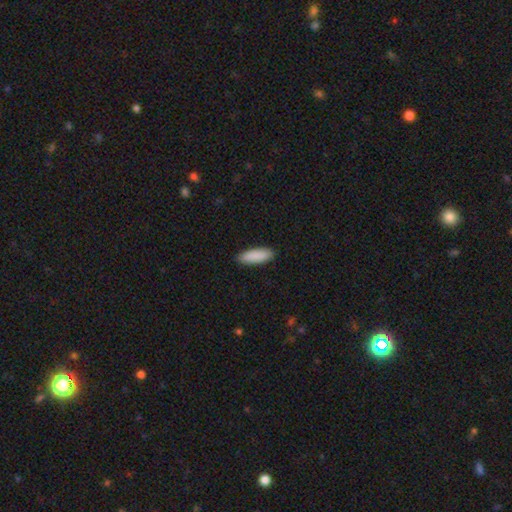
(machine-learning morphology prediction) Smooth or featured? smooth (90%)
How rounded? in between (61%)
Merging? none (90%)